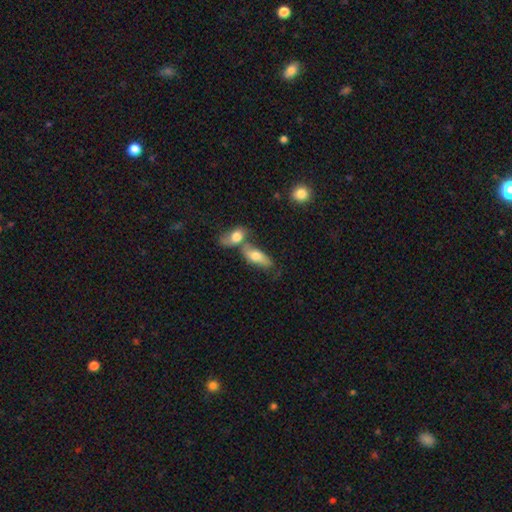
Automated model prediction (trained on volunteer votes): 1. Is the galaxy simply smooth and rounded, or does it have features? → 65% smooth, 27% featured or disk, 7% star or artifact.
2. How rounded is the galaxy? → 78% in between, 18% cigar-shaped, 5% round.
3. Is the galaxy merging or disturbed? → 50% merger, 32% none, 12% minor disturbance, 6% major disturbance.